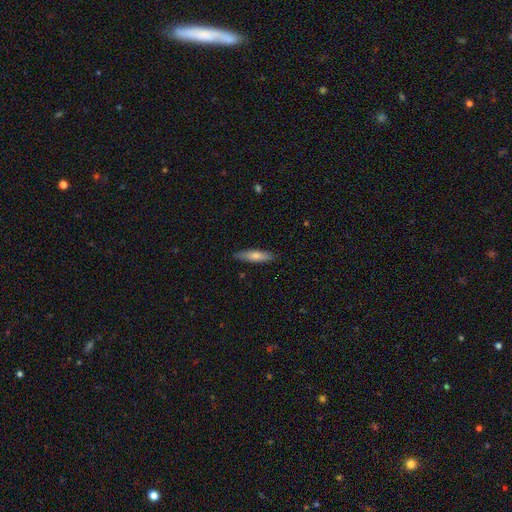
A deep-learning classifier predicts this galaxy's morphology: This appears to be a smooth galaxy with no disk features (66%) that is cigar-shaped (80%). Merging: none (87%).